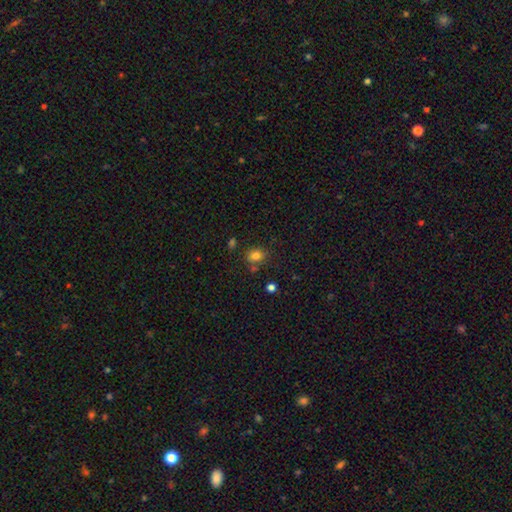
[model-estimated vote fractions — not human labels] Smooth or featured?
  - smooth: 80% *
  - star or artifact: 13%
  - featured or disk: 7%
How rounded?
  - round: 59% *
  - in between: 40%
  - cigar-shaped: 1%
Merging?
  - none: 72% *
  - minor disturbance: 14%
  - merger: 9%
  - major disturbance: 4%